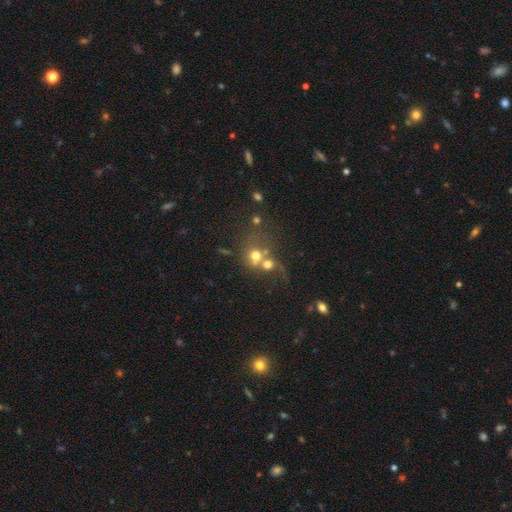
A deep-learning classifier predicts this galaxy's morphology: Smooth or featured: smooth — 58% (featured or disk — 25%)
How rounded: round — 73% (in between — 26%)
Merging: merger — 56% (none — 26%)